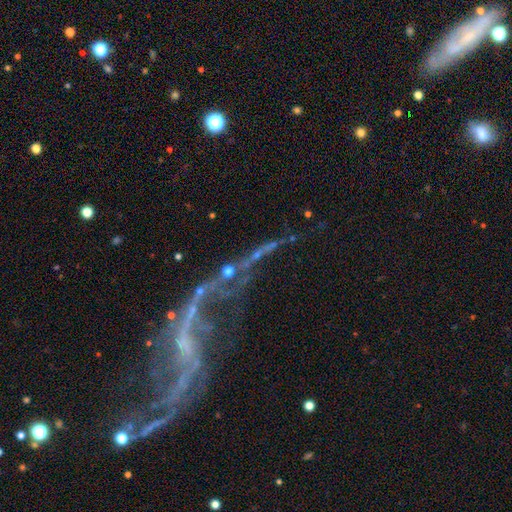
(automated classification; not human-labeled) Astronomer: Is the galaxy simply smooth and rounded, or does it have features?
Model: featured or disk — 77%.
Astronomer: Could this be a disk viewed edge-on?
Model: no — 87%.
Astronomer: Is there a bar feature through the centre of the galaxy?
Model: no — 47% (runner-up: weak, 33%).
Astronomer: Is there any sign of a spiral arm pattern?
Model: yes — 78%.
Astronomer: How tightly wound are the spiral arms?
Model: loose — 90%.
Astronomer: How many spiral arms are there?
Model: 2 — 78%.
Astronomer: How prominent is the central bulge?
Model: small — 51% (runner-up: none, 37%).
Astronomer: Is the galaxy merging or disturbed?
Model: none — 39% (runner-up: major disturbance, 31%).